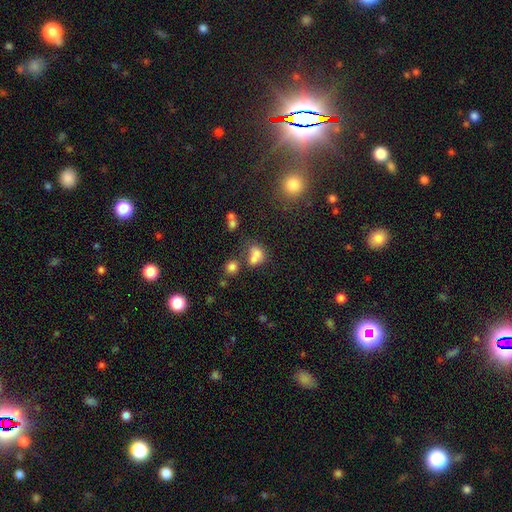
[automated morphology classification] A smooth galaxy with no disk features (70%) that is in between round and cigar-shaped (57%). Merging: merger (50%).